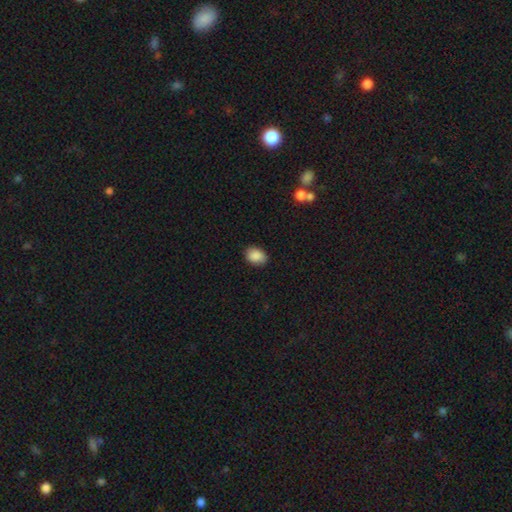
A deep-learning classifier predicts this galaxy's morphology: smooth_or_featured: smooth (p=0.89) [alt: star or artifact p=0.08]
how_rounded: in between (p=0.74) [alt: round p=0.25]
merging: none (p=0.84) [alt: minor disturbance p=0.12]